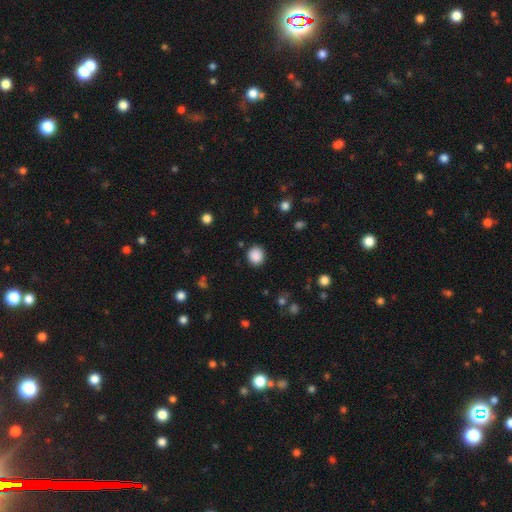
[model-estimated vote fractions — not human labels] smooth-or-featured: smooth: 88% | star or artifact: 9% | featured or disk: 3%
  how-rounded: round: 85% | in between: 14% | cigar-shaped: 1%
  merging: none: 89% | minor disturbance: 7% | major disturbance: 3% | merger: 1%